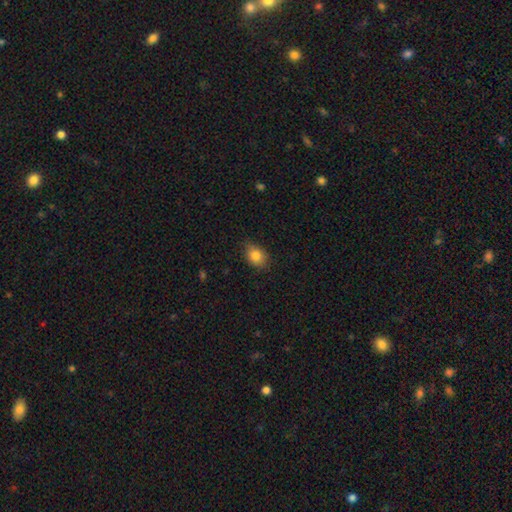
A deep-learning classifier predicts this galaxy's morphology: smooth-or-featured: smooth: 84% | star or artifact: 9% | featured or disk: 7%
  how-rounded: in between: 65% | round: 33% | cigar-shaped: 1%
  merging: none: 80% | minor disturbance: 16% | major disturbance: 3% | merger: 1%